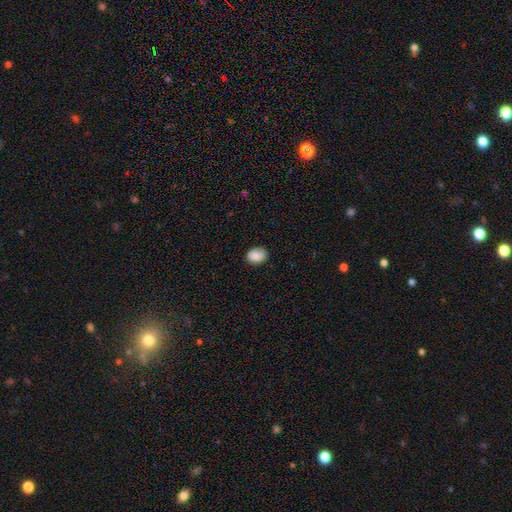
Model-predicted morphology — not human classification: The model was most divided on "how rounded": in between: 50%, round: 49%, cigar-shaped: 1%. More confident: smooth or featured — smooth (83%); merging — none (78%).